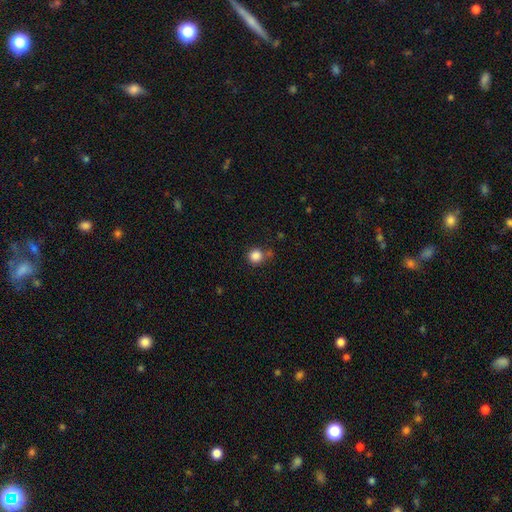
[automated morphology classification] Overall: smooth (85%). How rounded: round (92%). Merging: none (73%).